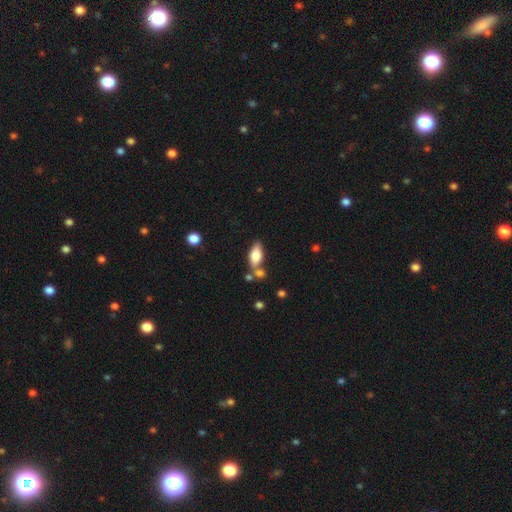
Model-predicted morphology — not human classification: smooth 73%, featured or disk 20%, star or artifact 7%. Down the decision tree: how rounded — in between (83%); merging — none (57%).